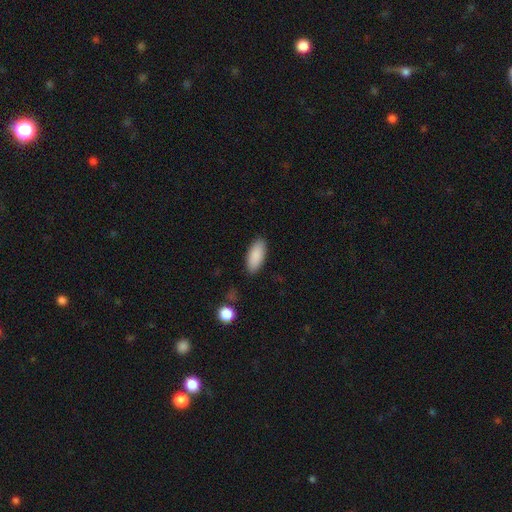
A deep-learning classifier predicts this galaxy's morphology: smooth 89%, star or artifact 6%, featured or disk 5%. Down the decision tree: how rounded — in between (85%); merging — none (87%).